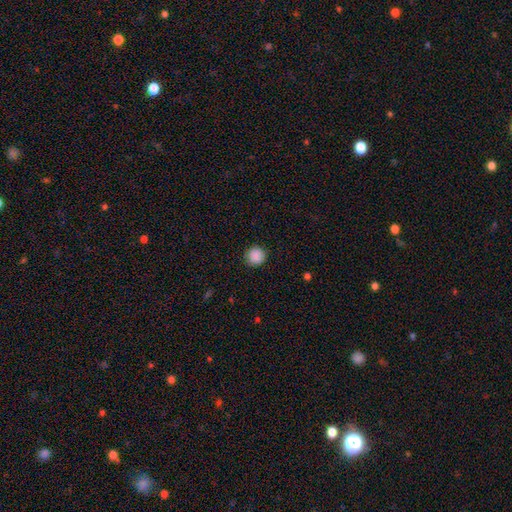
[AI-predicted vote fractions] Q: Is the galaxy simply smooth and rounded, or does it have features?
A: smooth — 89%.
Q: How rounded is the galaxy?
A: round — 95%.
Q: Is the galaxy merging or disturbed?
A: none — 91%.